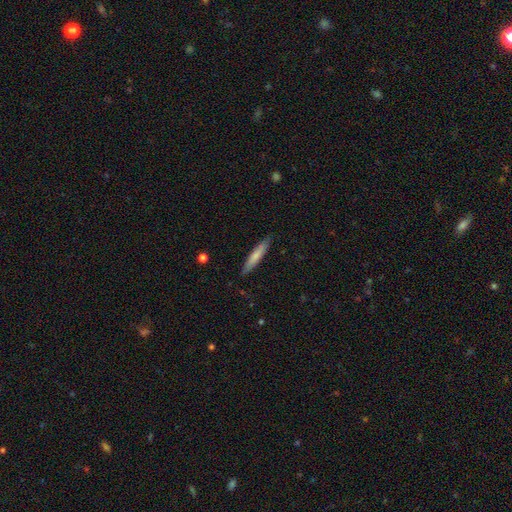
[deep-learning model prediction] Smooth or featured? Predicted: smooth (p=0.71). How rounded? Predicted: cigar-shaped (p=0.92). Merging? Predicted: none (p=0.88).